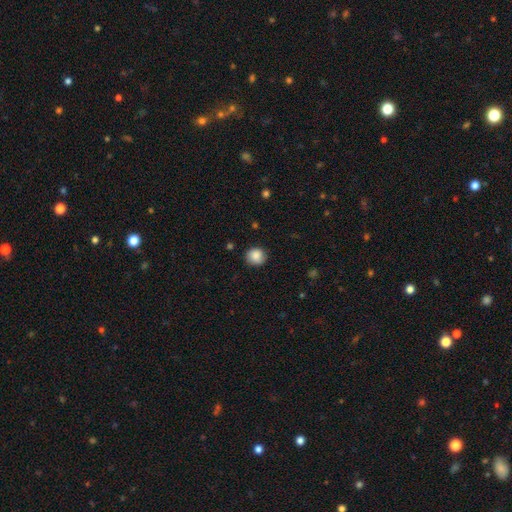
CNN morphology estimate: Overall: smooth (87%). How rounded: round (89%). Merging: none (86%).